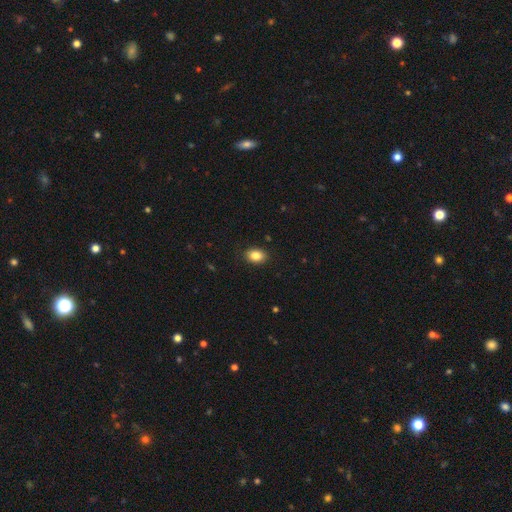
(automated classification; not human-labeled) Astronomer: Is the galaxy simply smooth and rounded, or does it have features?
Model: smooth — 86%.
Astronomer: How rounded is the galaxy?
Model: in between — 80%.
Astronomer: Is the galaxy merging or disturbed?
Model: none — 88%.